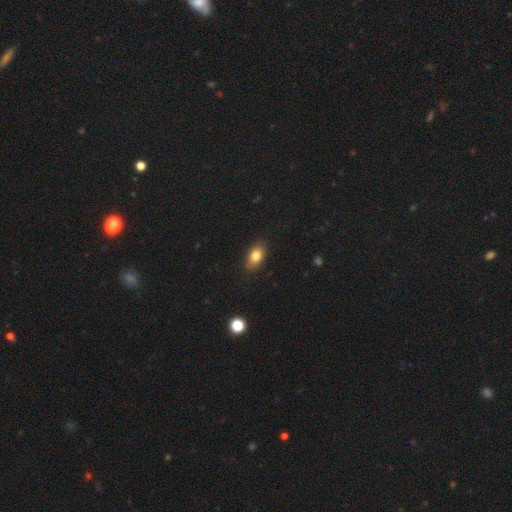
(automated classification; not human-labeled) Smooth or featured?
  - smooth: 82% *
  - featured or disk: 9%
  - star or artifact: 9%
How rounded?
  - in between: 86% *
  - round: 11%
  - cigar-shaped: 3%
Merging?
  - none: 85% *
  - minor disturbance: 11%
  - major disturbance: 2%
  - merger: 1%